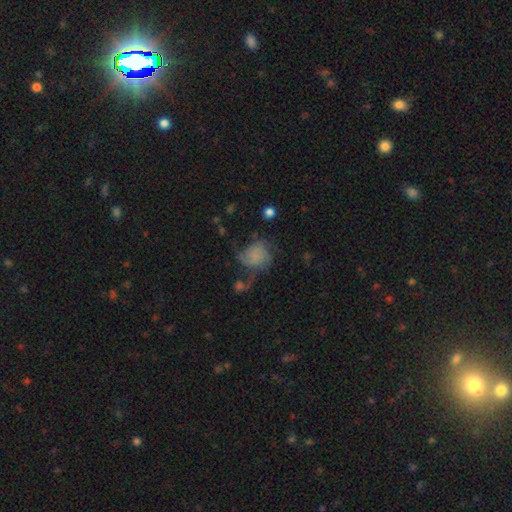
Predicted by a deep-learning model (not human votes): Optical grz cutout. It shows a featured or disk galaxy (47%). Merging: major disturbance (41%).